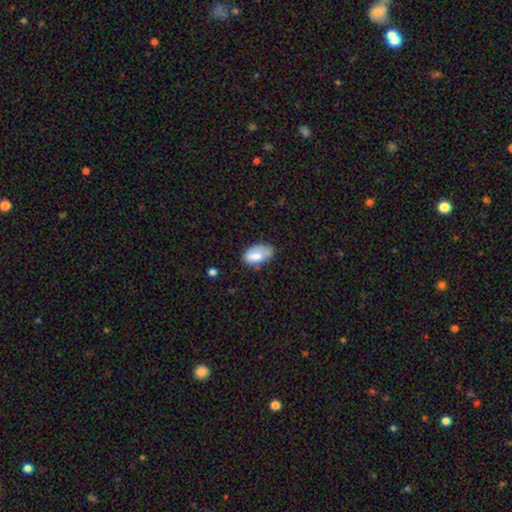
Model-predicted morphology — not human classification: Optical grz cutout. It shows a smooth galaxy with no disk features (80%) that is in between round and cigar-shaped (94%). Merging: none (55%).